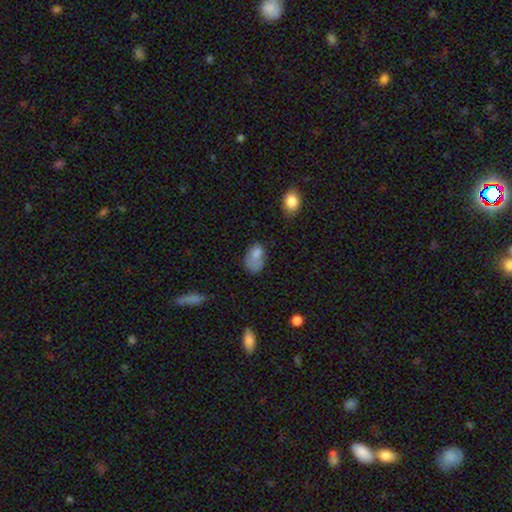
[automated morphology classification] Smooth or featured?
  - smooth: 73% *
  - featured or disk: 16%
  - star or artifact: 11%
How rounded?
  - in between: 80% *
  - round: 18%
  - cigar-shaped: 1%
Merging?
  - none: 32% *
  - minor disturbance: 29%
  - major disturbance: 25%
  - merger: 15%